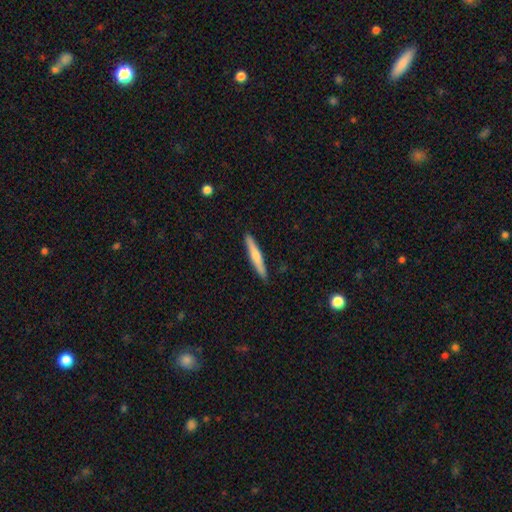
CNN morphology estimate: type=smooth (58%); roundness=cigar-shaped (94%); merging=none (90%).